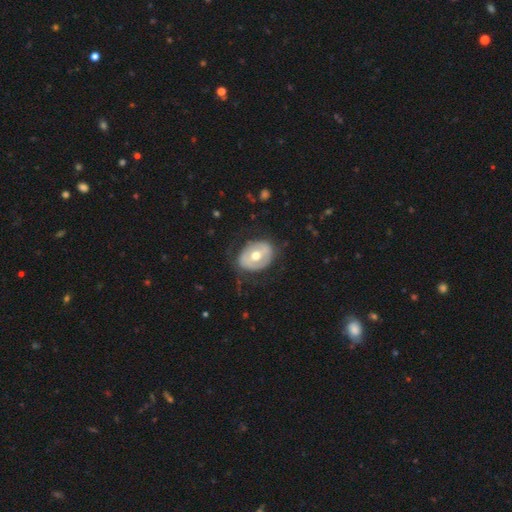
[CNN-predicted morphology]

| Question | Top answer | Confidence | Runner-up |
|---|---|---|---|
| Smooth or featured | featured or disk | 53% | smooth (41%) |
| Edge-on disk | no | 94% | yes (6%) |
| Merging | none | 69% | minor disturbance (19%) |